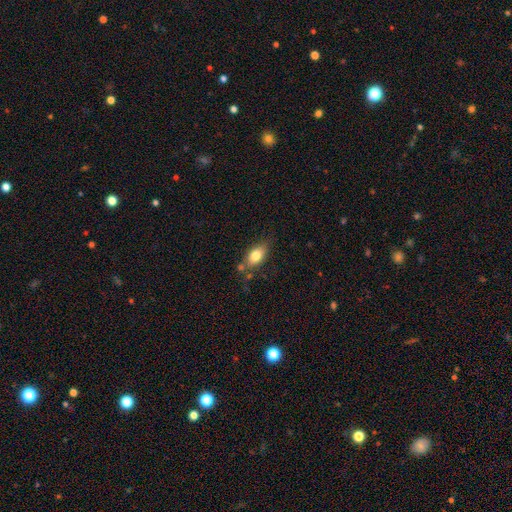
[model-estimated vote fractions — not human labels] This appears to be a smooth galaxy with no disk features (78%) that is in between round and cigar-shaped (85%). Merging: none (63%).